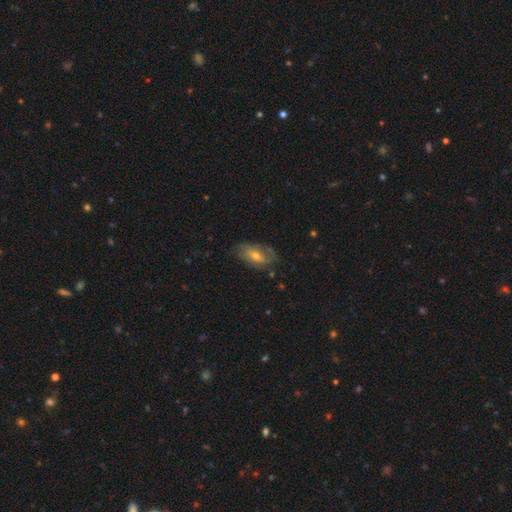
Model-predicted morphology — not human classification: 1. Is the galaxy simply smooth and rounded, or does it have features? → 51% featured or disk, 39% smooth, 9% star or artifact.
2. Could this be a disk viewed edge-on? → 87% no, 13% yes.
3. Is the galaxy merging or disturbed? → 65% none, 24% minor disturbance, 9% major disturbance, 2% merger.